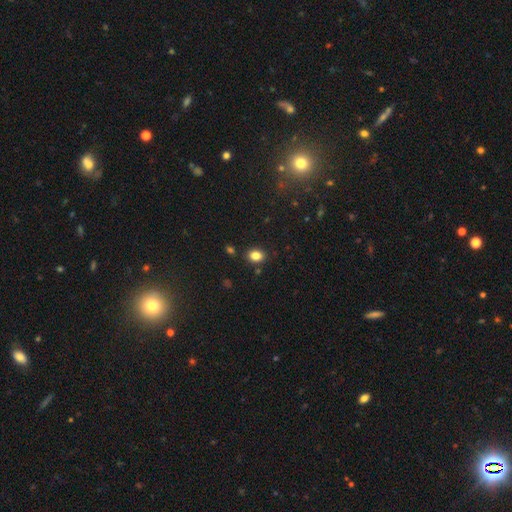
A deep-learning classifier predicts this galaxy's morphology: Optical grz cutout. It shows a smooth galaxy with no disk features (84%) that is in between round and cigar-shaped (61%). Merging: none (86%).